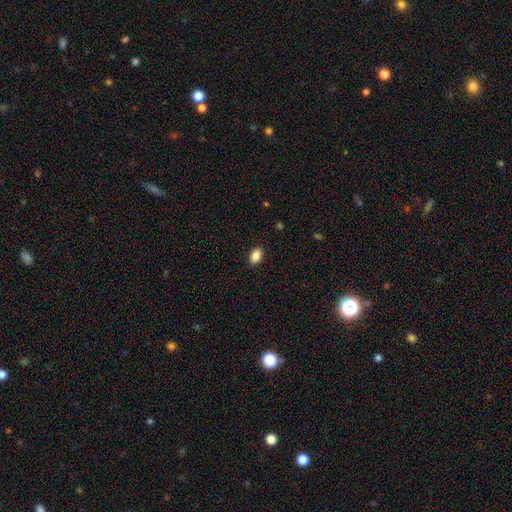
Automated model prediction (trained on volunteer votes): Smooth or featured? smooth (88%)
How rounded? in between (89%)
Merging? none (90%)